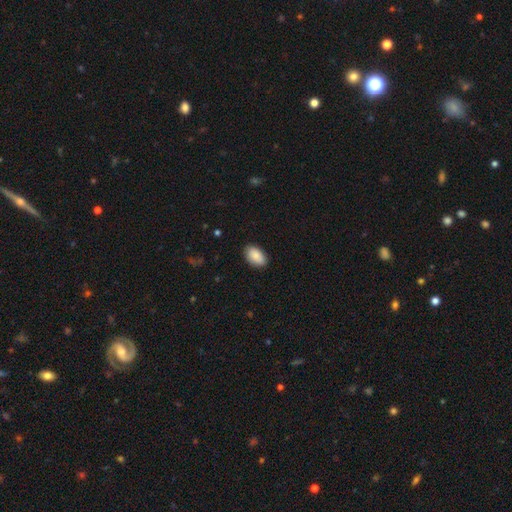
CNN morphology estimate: smooth-or-featured: smooth: 87% | featured or disk: 7% | star or artifact: 6%
  how-rounded: in between: 93% | round: 6% | cigar-shaped: 1%
  merging: none: 86% | minor disturbance: 11% | major disturbance: 2% | merger: 1%